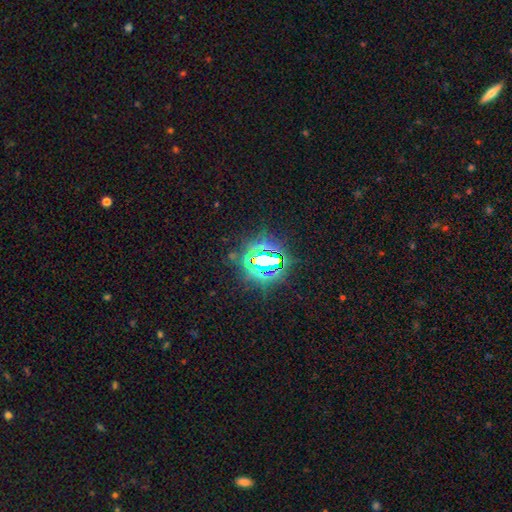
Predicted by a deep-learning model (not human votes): This is clearly a star or artifact rather than a galaxy (83%).